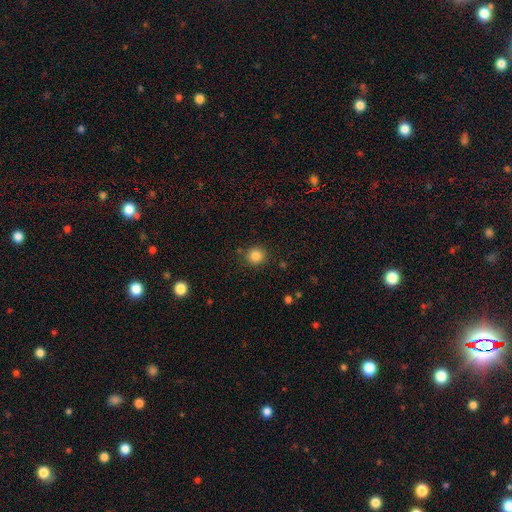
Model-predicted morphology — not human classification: This appears to be a smooth galaxy with no disk features (84%) that is round (91%). Merging: none (87%).